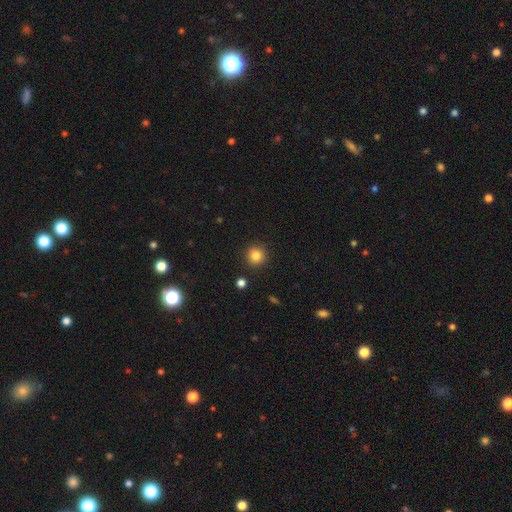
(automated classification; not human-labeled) The model was most divided on "smooth or featured": smooth: 83%, star or artifact: 12%, featured or disk: 5%. More confident: how rounded — round (93%); merging — none (91%).